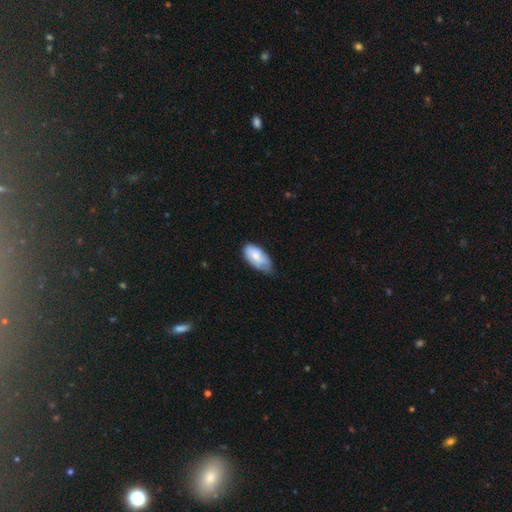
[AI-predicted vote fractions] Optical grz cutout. It shows a smooth galaxy with no disk features (71%) that is in between round and cigar-shaped (93%). Merging: none (50%).